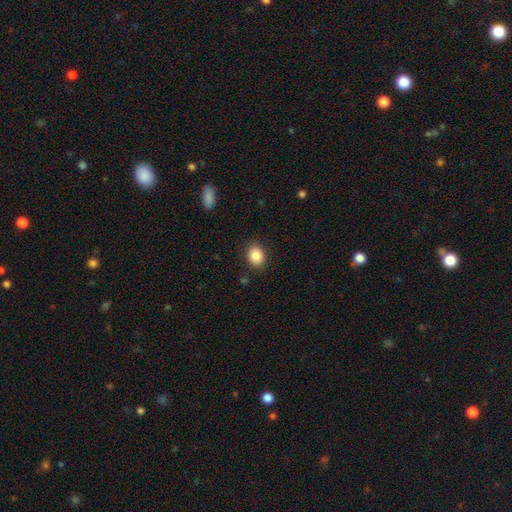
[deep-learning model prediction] Q: Smooth or featured?
A: smooth (87%); runner-up: star or artifact (8%)
Q: How rounded?
A: in between (53%); runner-up: round (46%)
Q: Merging?
A: none (87%); runner-up: minor disturbance (9%)